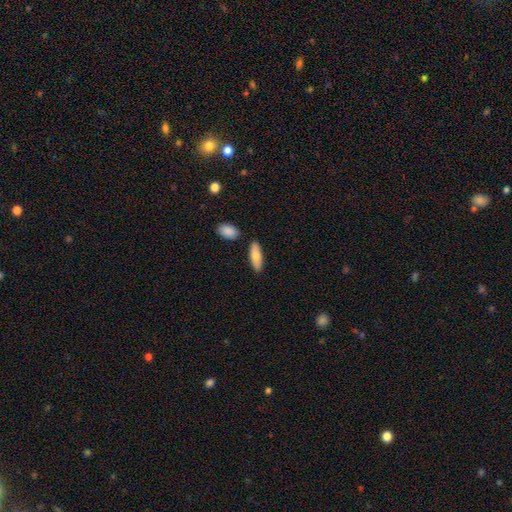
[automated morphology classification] Smooth or featured? Predicted: smooth (p=0.78). How rounded? Predicted: in between (p=0.61). Merging? Predicted: none (p=0.82).